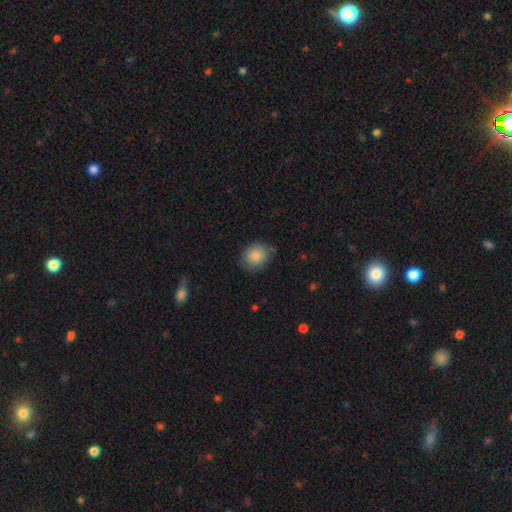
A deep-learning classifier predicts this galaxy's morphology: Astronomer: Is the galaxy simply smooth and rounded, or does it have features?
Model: smooth — 86%.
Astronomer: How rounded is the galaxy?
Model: round — 66%.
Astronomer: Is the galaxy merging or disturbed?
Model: none — 77%.